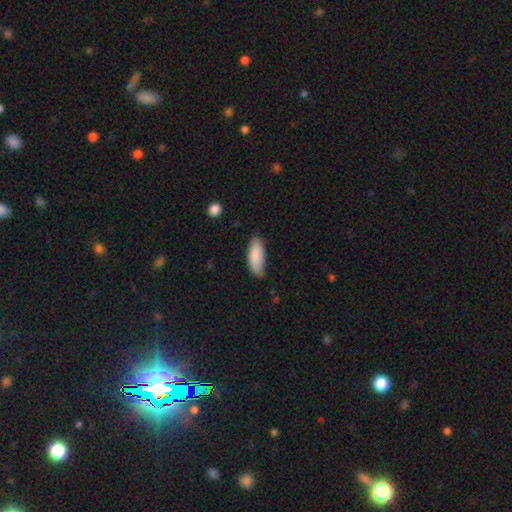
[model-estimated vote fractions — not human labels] smooth_or_featured: smooth (p=0.87) [alt: featured or disk p=0.07]
how_rounded: in between (p=0.75) [alt: cigar-shaped p=0.24]
merging: none (p=0.75) [alt: minor disturbance p=0.21]